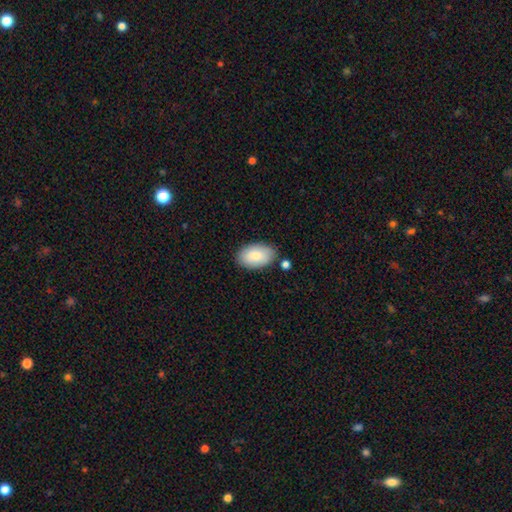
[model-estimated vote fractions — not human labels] smooth-or-featured: smooth: 83% | featured or disk: 11% | star or artifact: 6%
  how-rounded: in between: 95% | round: 4% | cigar-shaped: 1%
  merging: none: 80% | minor disturbance: 13% | merger: 4% | major disturbance: 3%